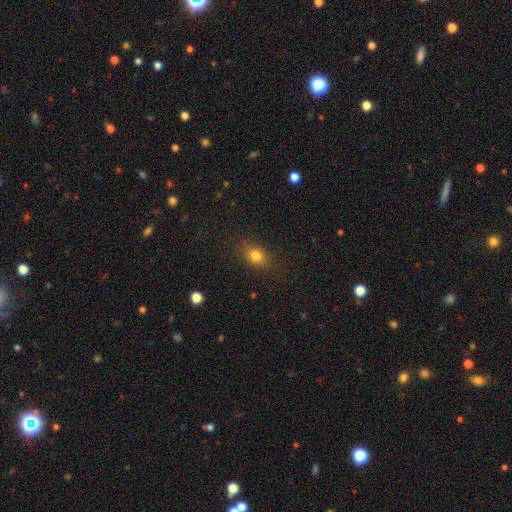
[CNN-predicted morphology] Overall: smooth (81%). How rounded: in between (57%; round 41%). Merging: none (83%).